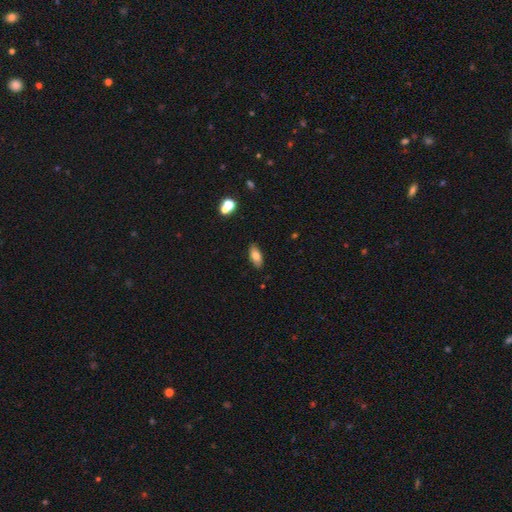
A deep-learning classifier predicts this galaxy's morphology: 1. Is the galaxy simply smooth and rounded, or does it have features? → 78% smooth, 14% featured or disk, 8% star or artifact.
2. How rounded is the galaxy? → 85% in between, 12% cigar-shaped, 3% round.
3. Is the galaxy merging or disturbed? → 87% none, 9% minor disturbance, 2% major disturbance, 2% merger.